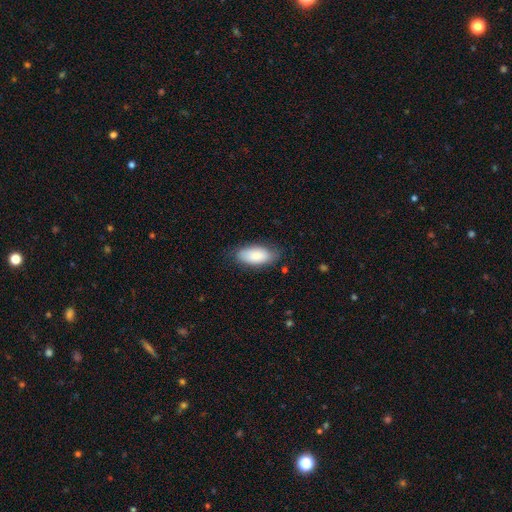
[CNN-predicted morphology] This is clearly a smooth galaxy (85%). How rounded: clearly in between (91%). Merging: likely none (76%).